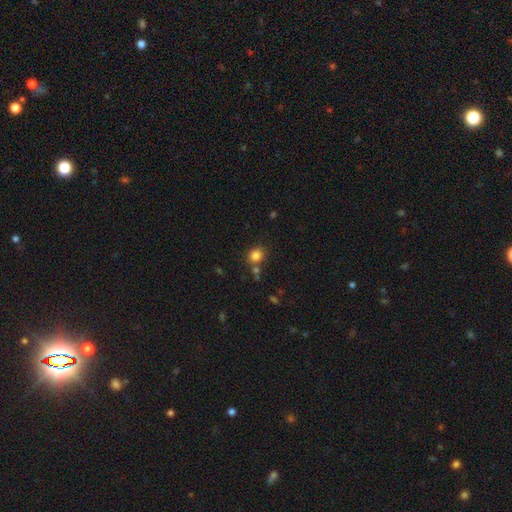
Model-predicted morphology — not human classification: Smooth or featured? smooth (83%)
How rounded? round (75%)
Merging? none (72%)